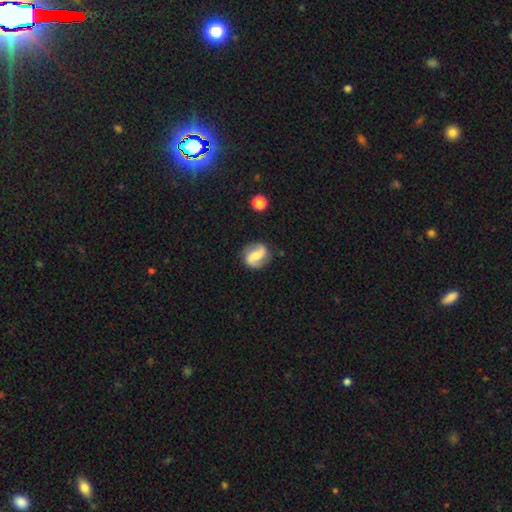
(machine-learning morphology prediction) featured or disk 77%, smooth 17%, star or artifact 6%. Down the decision tree: edge-on disk — no (98%); bar — weak (39%); spiral arms — yes (95%); spiral arm count — 2 (92%); spiral winding — loose (45%); bulge size — moderate (42%); merging — none (83%).